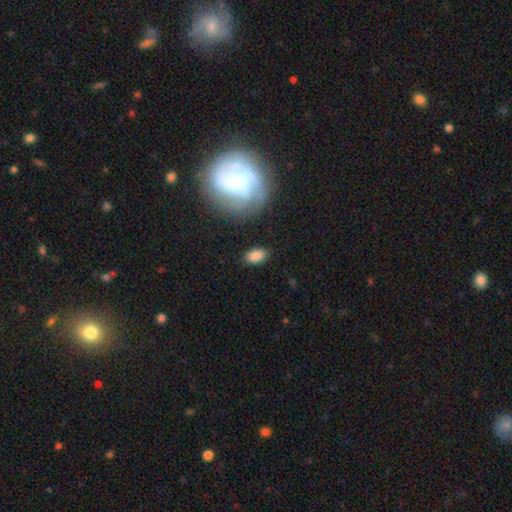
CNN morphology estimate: Smooth or featured?
  - smooth: 85% *
  - star or artifact: 9%
  - featured or disk: 6%
How rounded?
  - in between: 91% *
  - round: 7%
  - cigar-shaped: 2%
Merging?
  - none: 84% *
  - minor disturbance: 11%
  - major disturbance: 3%
  - merger: 2%